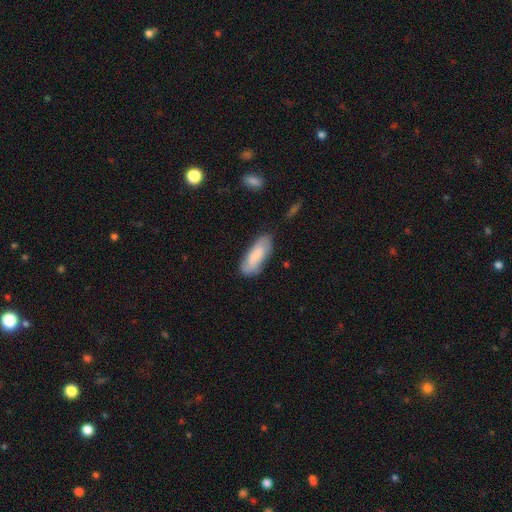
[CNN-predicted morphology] smooth-or-featured: smooth: 67% | featured or disk: 26% | star or artifact: 7%
  how-rounded: in between: 73% | cigar-shaped: 25% | round: 2%
  merging: none: 74% | minor disturbance: 19% | major disturbance: 5% | merger: 2%